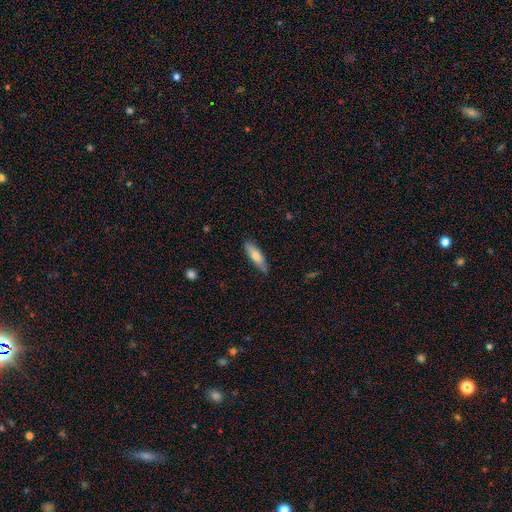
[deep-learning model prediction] Smooth or featured? Predicted: smooth (p=0.74). How rounded? Predicted: cigar-shaped (p=0.58). Merging? Predicted: none (p=0.82).